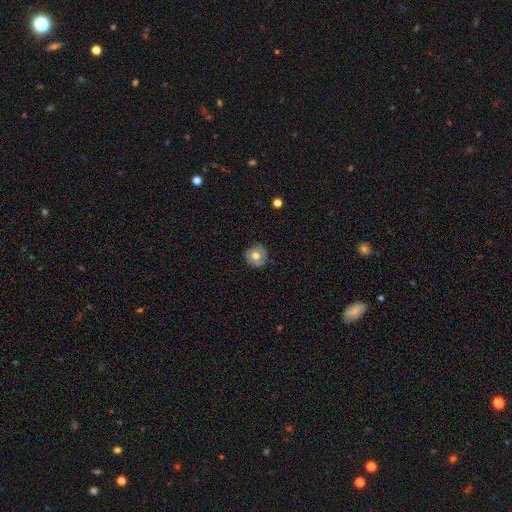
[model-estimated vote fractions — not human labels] Smooth or featured: smooth — 60% (featured or disk — 31%)
How rounded: round — 89% (in between — 10%)
Merging: none — 77% (minor disturbance — 17%)